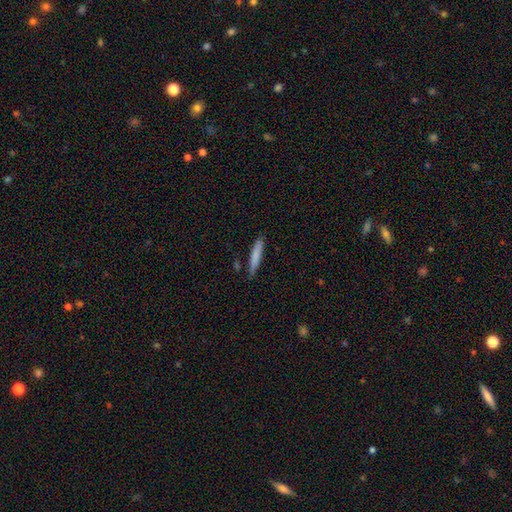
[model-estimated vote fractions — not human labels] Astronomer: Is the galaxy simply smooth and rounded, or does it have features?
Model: smooth — 78%.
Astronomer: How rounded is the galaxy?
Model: cigar-shaped — 92%.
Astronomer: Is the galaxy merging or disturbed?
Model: none — 83%.